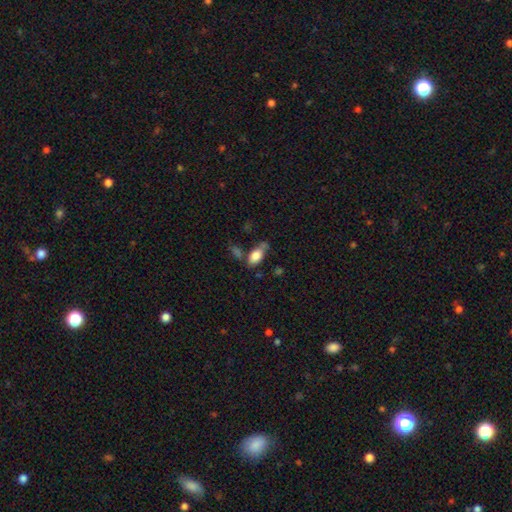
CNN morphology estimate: Smooth or featured? Predicted: smooth (p=0.81). How rounded? Predicted: in between (p=0.89). Merging? Predicted: none (p=0.54).